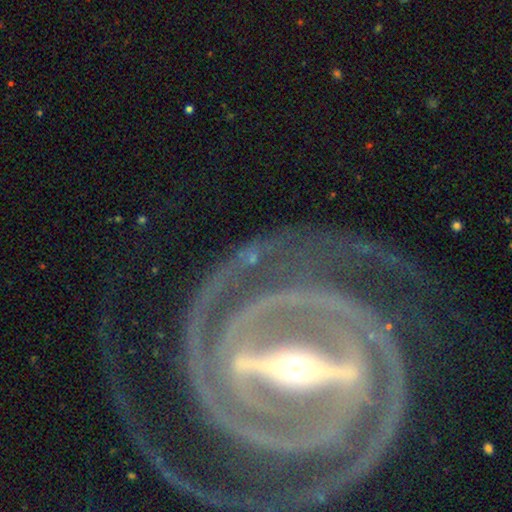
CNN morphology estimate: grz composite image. It shows a featured or disk galaxy (91%) with a strong bar (87%), 2 (58%) tight (68%) spiral arms (93%) and a small central bulge (63%). Merging: none (65%).